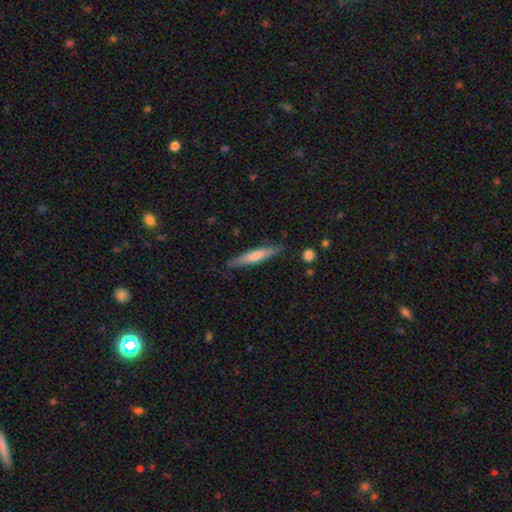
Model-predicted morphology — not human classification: Smooth or featured?
  - smooth: 60% *
  - featured or disk: 34%
  - star or artifact: 6%
How rounded?
  - cigar-shaped: 92% *
  - in between: 7%
  - round: 1%
Merging?
  - none: 83% *
  - minor disturbance: 13%
  - major disturbance: 2%
  - merger: 2%